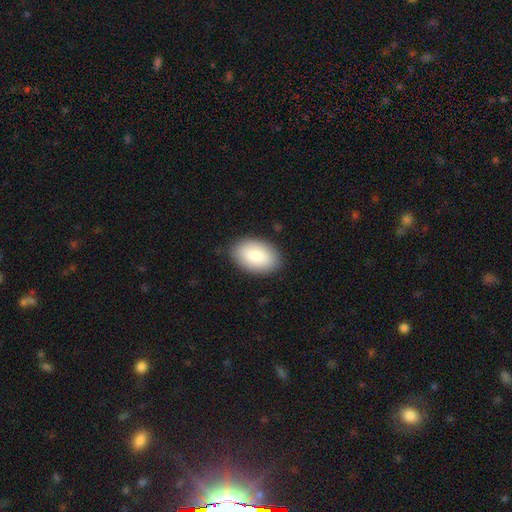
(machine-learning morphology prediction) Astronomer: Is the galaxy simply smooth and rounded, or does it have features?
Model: smooth — 83%.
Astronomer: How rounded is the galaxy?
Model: in between — 92%.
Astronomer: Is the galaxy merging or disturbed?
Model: none — 85%.